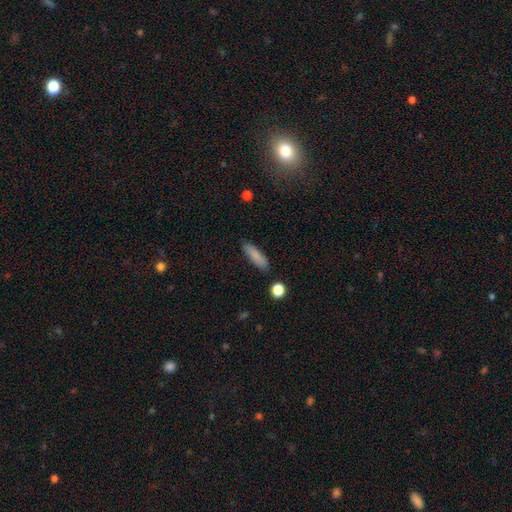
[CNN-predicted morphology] Smooth or featured: smooth — 84% (featured or disk — 9%)
How rounded: cigar-shaped — 62% (in between — 36%)
Merging: none — 85% (minor disturbance — 10%)